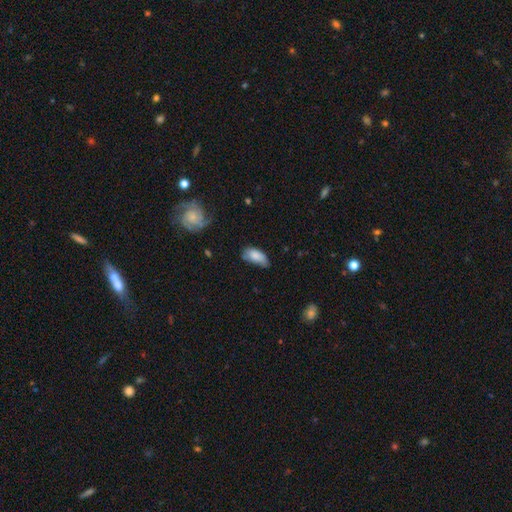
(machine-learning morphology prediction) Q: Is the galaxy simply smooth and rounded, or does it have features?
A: smooth — 80%.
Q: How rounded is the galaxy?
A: in between — 91%.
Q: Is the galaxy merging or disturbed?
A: minor disturbance — 43%.